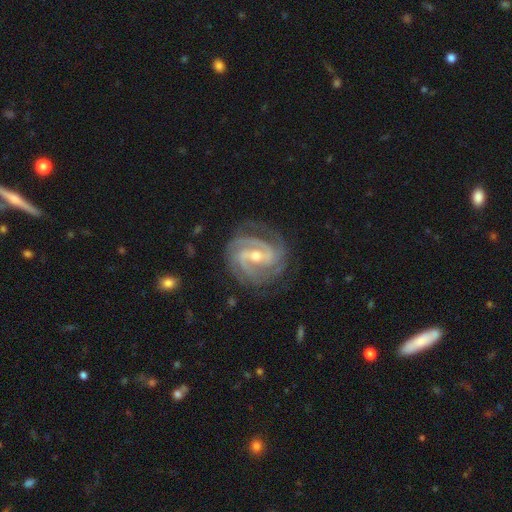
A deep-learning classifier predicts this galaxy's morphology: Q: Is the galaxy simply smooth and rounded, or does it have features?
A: featured or disk — 92%.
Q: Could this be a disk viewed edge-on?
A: no — 98%.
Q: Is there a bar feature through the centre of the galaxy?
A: weak — 43%.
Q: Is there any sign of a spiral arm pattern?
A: yes — 98%.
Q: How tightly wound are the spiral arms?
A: tight — 63%.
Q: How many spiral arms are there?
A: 3 — 35%.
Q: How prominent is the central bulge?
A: moderate — 53%.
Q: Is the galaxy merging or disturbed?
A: none — 79%.